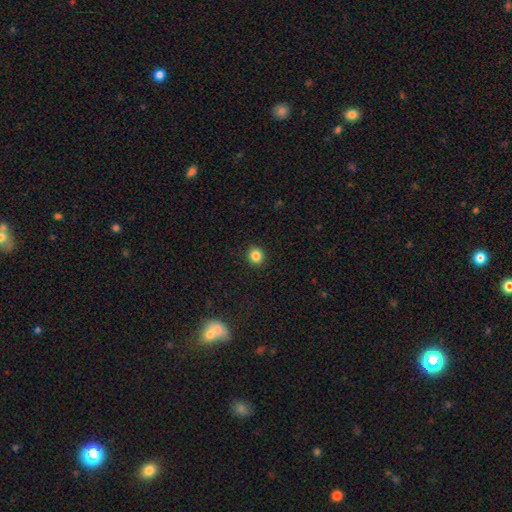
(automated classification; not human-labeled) Smooth or featured: smooth — 85% (star or artifact — 11%)
How rounded: round — 87% (in between — 12%)
Merging: none — 92% (minor disturbance — 5%)